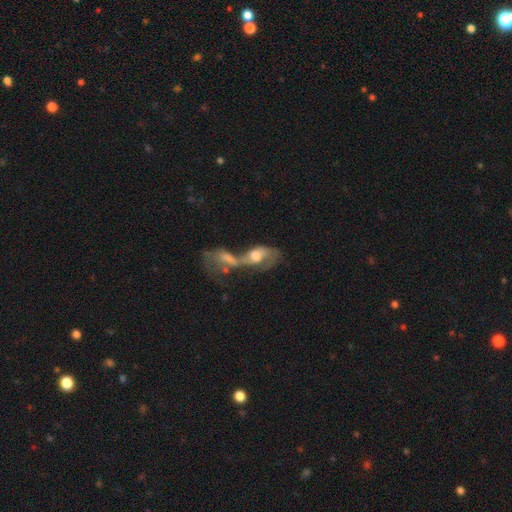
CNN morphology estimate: smooth_or_featured: featured or disk (p=0.58) [alt: smooth p=0.33]
disk_edge_on: no (p=0.93) [alt: yes p=0.07]
bar: no (p=0.65) [alt: weak p=0.27]
has_spiral_arms: yes (p=0.61) [alt: no p=0.39]
bulge_size: moderate (p=0.49) [alt: large p=0.28]
merging: merger (p=0.69) [alt: major disturbance p=0.16]